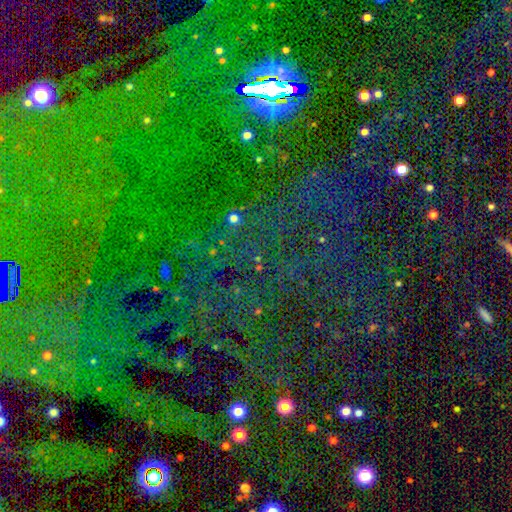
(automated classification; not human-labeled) This is clearly a star or artifact rather than a galaxy (84%).